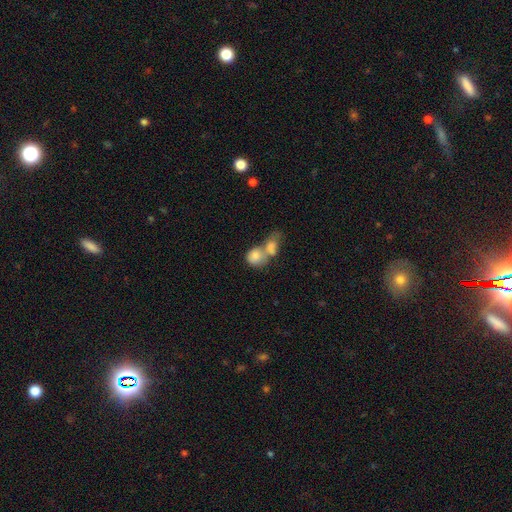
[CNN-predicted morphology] Smooth or featured?
  - smooth: 79% *
  - featured or disk: 13%
  - star or artifact: 8%
How rounded?
  - round: 62% *
  - in between: 36%
  - cigar-shaped: 2%
Merging?
  - merger: 69% *
  - none: 20%
  - minor disturbance: 7%
  - major disturbance: 4%